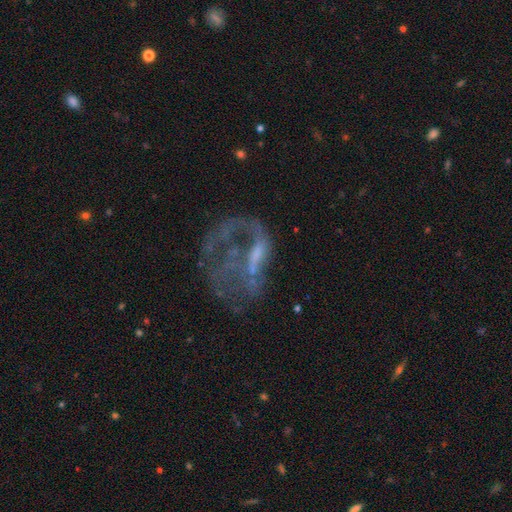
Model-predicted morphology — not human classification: type=featured or disk (68%); edge-on=no (97%); bar=no (66%); spiral arms=no (65%); bulge=none (54%); merging=major disturbance (52%).